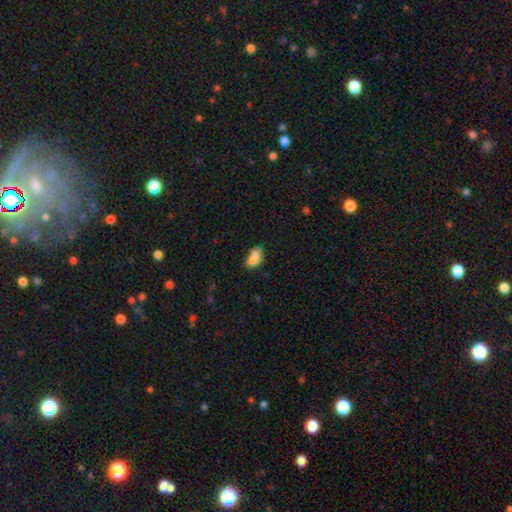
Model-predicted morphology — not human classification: This is likely a smooth galaxy (76%). How rounded: clearly in between (86%). Merging: marginally none (34%).